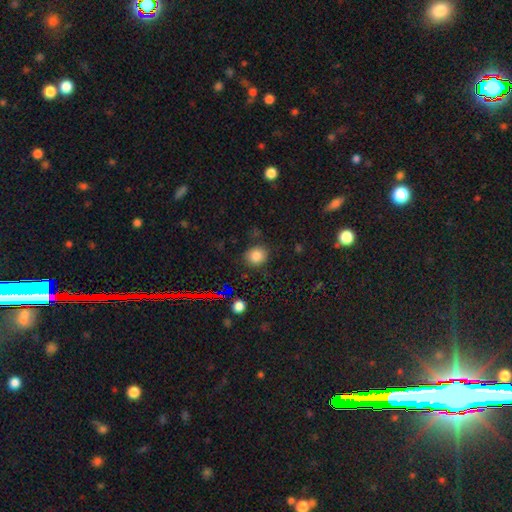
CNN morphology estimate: The model was most divided on "how rounded": round: 75%, in between: 24%, cigar-shaped: 1%. More confident: merging — none (83%); smooth or featured — smooth (80%).